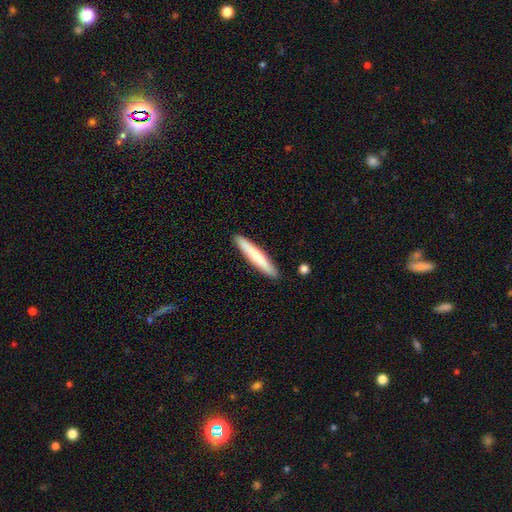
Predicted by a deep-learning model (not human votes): Q: Smooth or featured?
A: smooth (75%); runner-up: featured or disk (20%)
Q: How rounded?
A: cigar-shaped (94%); runner-up: in between (5%)
Q: Merging?
A: none (90%); runner-up: minor disturbance (7%)